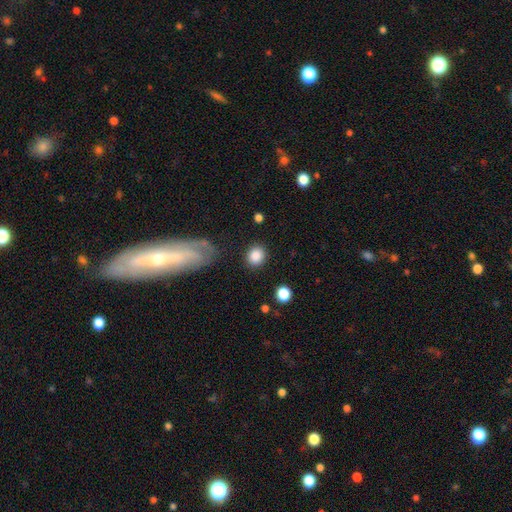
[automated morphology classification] Smooth or featured: smooth — 87% (star or artifact — 8%)
How rounded: round — 73% (in between — 26%)
Merging: none — 85% (minor disturbance — 9%)